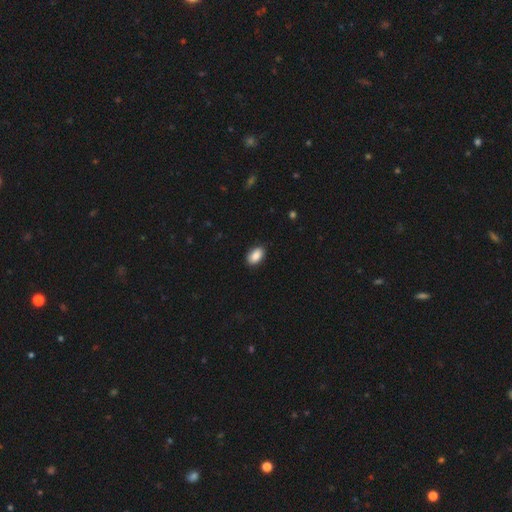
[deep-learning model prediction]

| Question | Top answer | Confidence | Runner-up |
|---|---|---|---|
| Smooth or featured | smooth | 88% | star or artifact (7%) |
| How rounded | in between | 93% | round (6%) |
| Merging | none | 89% | minor disturbance (8%) |